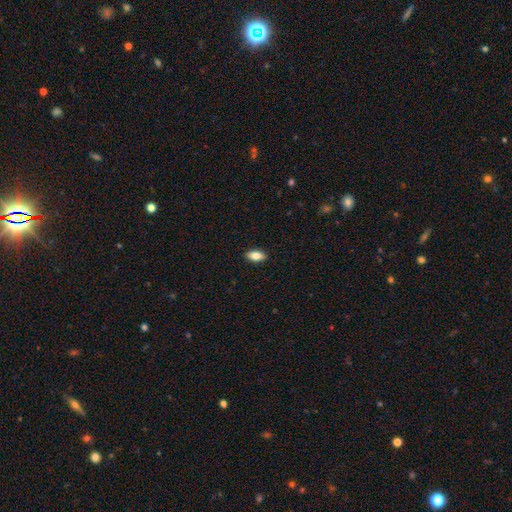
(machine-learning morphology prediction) The model was most divided on "smooth or featured": smooth: 80%, featured or disk: 13%, star or artifact: 7%. More confident: merging — none (90%); how rounded — in between (88%).